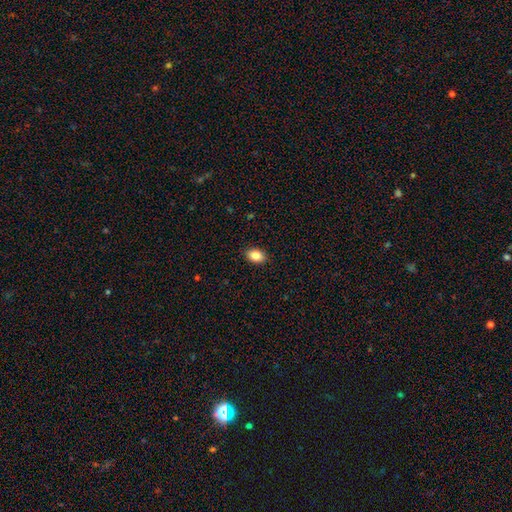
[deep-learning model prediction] Q: Smooth or featured?
A: smooth (87%); runner-up: star or artifact (8%)
Q: How rounded?
A: in between (86%); runner-up: round (13%)
Q: Merging?
A: none (90%); runner-up: minor disturbance (8%)